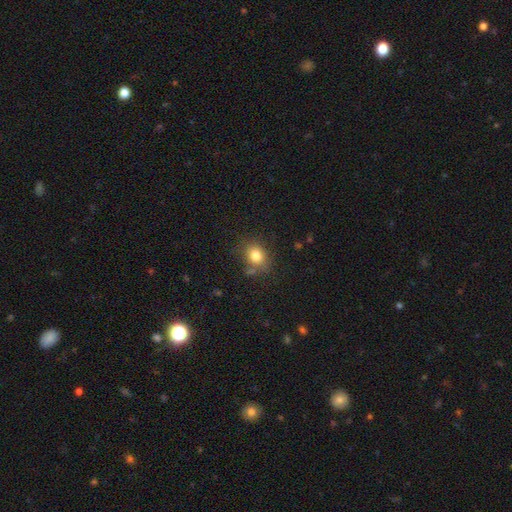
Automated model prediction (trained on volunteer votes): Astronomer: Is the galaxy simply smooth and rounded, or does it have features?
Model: smooth — 81%.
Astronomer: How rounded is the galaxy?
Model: round — 58% (runner-up: in between, 41%).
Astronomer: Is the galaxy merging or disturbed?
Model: none — 73%.